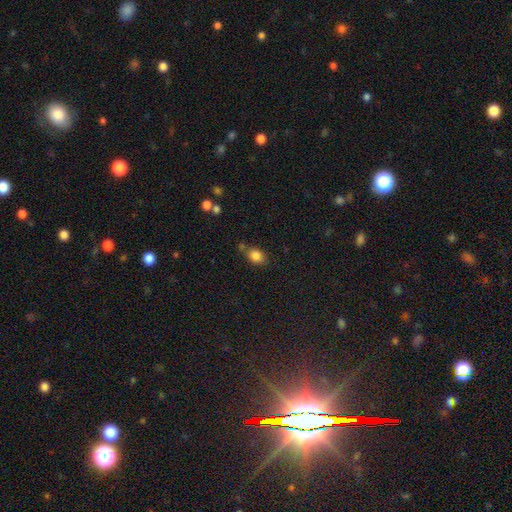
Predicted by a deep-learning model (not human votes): Q: Smooth or featured?
A: smooth (84%); runner-up: star or artifact (10%)
Q: How rounded?
A: in between (56%); runner-up: round (42%)
Q: Merging?
A: none (66%); runner-up: minor disturbance (17%)